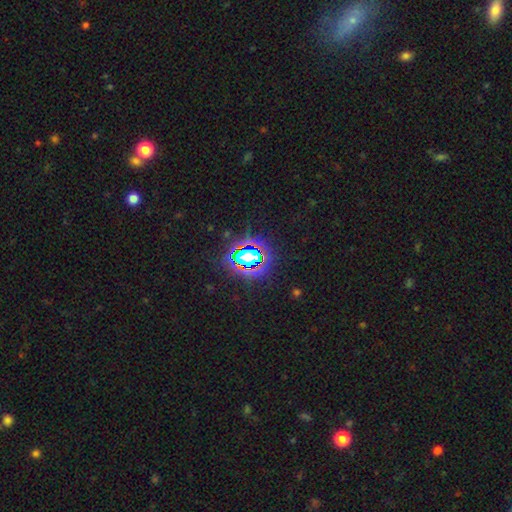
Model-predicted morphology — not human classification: A star or artifact, not a galaxy (70%).